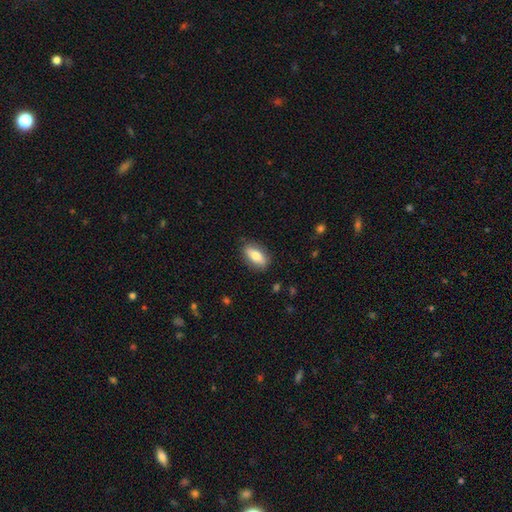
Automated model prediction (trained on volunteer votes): Smooth or featured?
  - smooth: 74% *
  - featured or disk: 20%
  - star or artifact: 6%
How rounded?
  - in between: 81% *
  - cigar-shaped: 15%
  - round: 4%
Merging?
  - none: 85% *
  - minor disturbance: 11%
  - major disturbance: 3%
  - merger: 1%